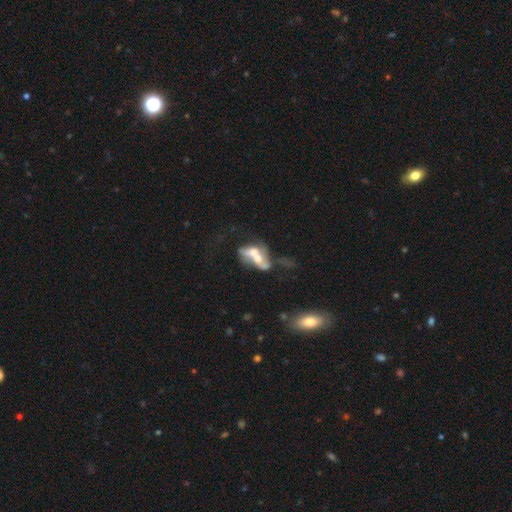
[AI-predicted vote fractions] Q: Smooth or featured?
A: featured or disk (54%); runner-up: smooth (36%)
Q: Edge-on disk?
A: no (93%); runner-up: yes (7%)
Q: Bar?
A: no (80%); runner-up: weak (14%)
Q: Spiral arms?
A: no (80%); runner-up: yes (20%)
Q: Bulge size?
A: moderate (51%); runner-up: large (17%)
Q: Merging?
A: merger (71%); runner-up: major disturbance (12%)